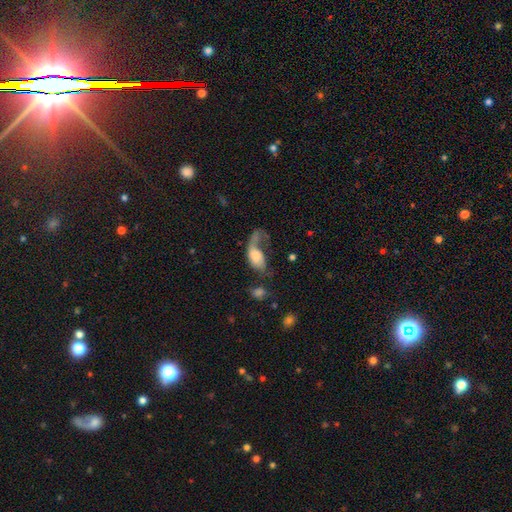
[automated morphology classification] This is possibly a smooth galaxy (54%). How rounded: clearly in between (88%). Merging: possibly major disturbance (57%).